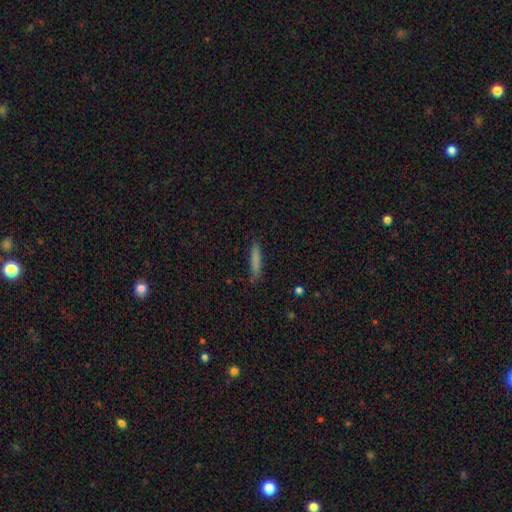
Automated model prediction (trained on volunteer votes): This appears to be a smooth galaxy with no disk features (78%) that is cigar-shaped (92%). Merging: none (87%).